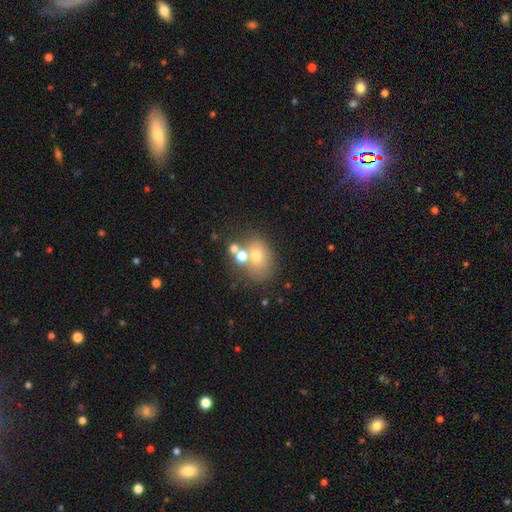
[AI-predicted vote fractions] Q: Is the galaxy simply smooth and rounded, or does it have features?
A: smooth — 60%.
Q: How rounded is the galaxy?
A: round — 54%.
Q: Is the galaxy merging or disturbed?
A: none — 51%.